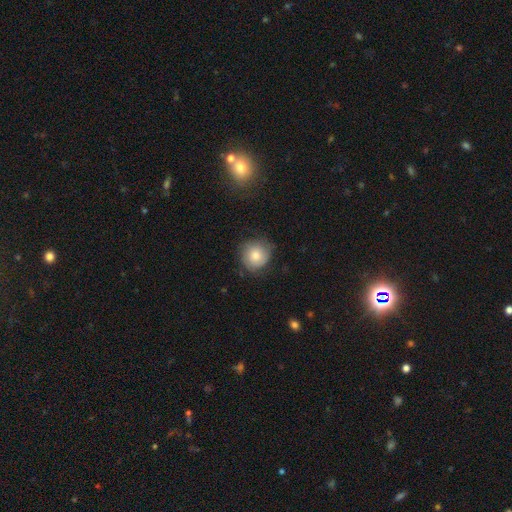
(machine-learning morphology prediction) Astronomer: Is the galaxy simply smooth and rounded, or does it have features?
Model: smooth — 74%.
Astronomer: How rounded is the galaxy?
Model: round — 89%.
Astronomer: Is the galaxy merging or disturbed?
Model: none — 71%.